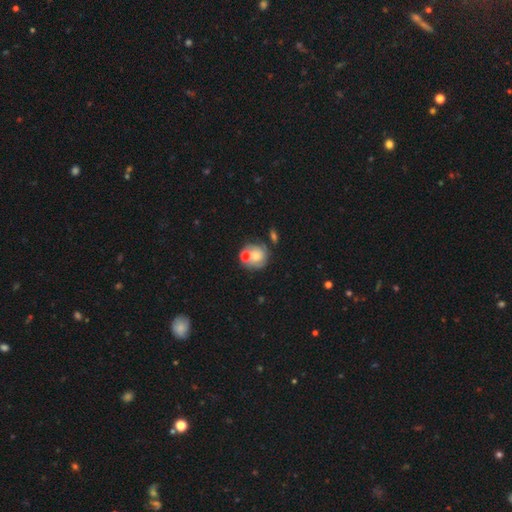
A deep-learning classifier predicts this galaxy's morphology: smooth-or-featured: smooth: 58% | featured or disk: 35% | star or artifact: 7%
  how-rounded: round: 84% | in between: 15% | cigar-shaped: 1%
  merging: none: 43% | merger: 37% | minor disturbance: 14% | major disturbance: 5%